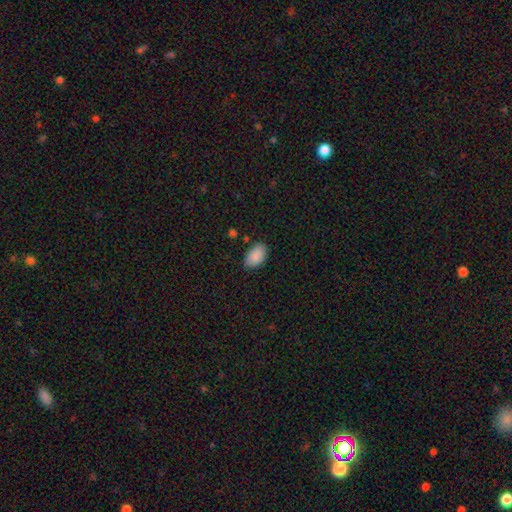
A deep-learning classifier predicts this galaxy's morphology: A smooth galaxy with no disk features (90%) that is in between round and cigar-shaped (93%).

Vote fractions:
- Smooth or featured? smooth: 90% / star or artifact: 7% / featured or disk: 4%
- How rounded? in between: 93% / round: 6% / cigar-shaped: 1%
- Merging? none: 80% / minor disturbance: 15% / major disturbance: 3% / merger: 2%